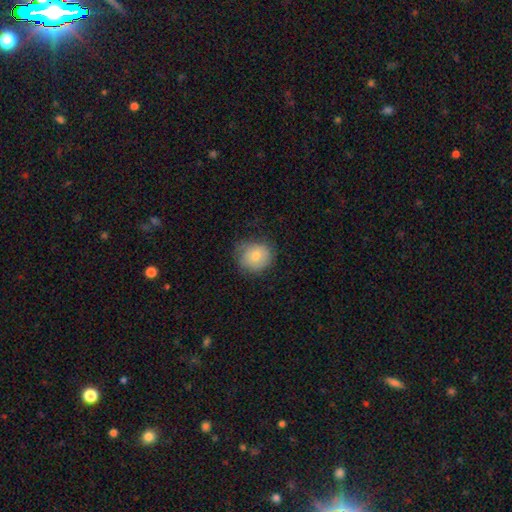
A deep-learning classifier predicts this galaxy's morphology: A smooth galaxy with no disk features (76%) that is round (77%).

Vote fractions:
- Smooth or featured? smooth: 76% / featured or disk: 16% / star or artifact: 9%
- How rounded? round: 77% / in between: 22% / cigar-shaped: 1%
- Merging? none: 70% / minor disturbance: 23% / major disturbance: 6% / merger: 1%